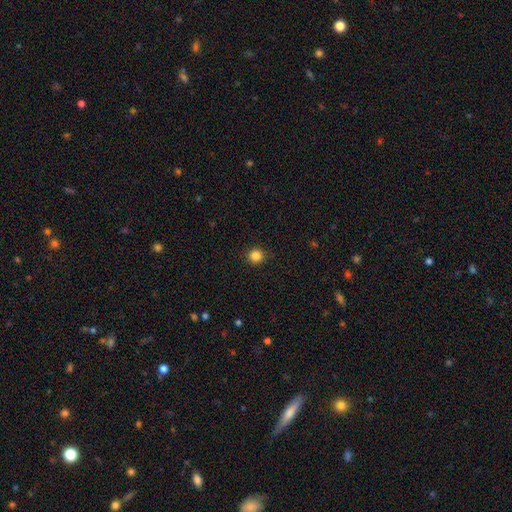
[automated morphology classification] Smooth or featured: smooth — 85% (star or artifact — 12%)
How rounded: round — 89% (in between — 10%)
Merging: none — 91% (minor disturbance — 6%)